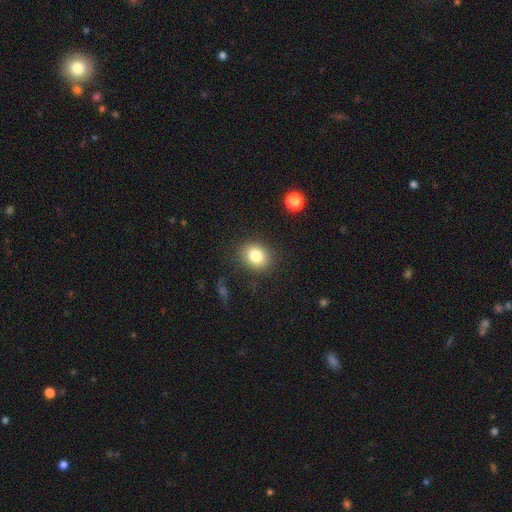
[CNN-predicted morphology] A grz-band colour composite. It shows a smooth galaxy with no disk features (81%) that is round (61%). Merging: none (85%).